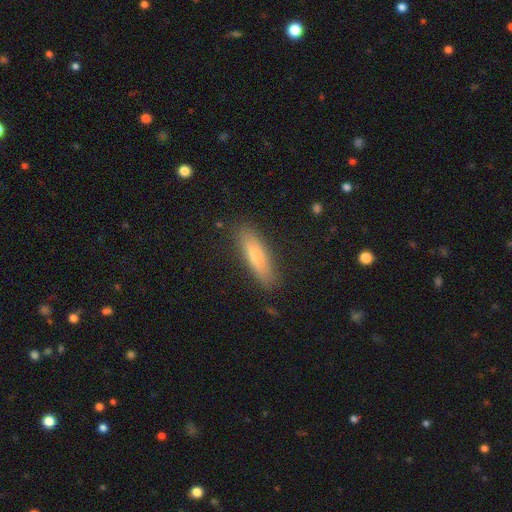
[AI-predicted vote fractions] smooth_or_featured: smooth (p=0.72) [alt: featured or disk p=0.21]
how_rounded: cigar-shaped (p=0.69) [alt: in between p=0.29]
merging: none (p=0.86) [alt: minor disturbance p=0.11]